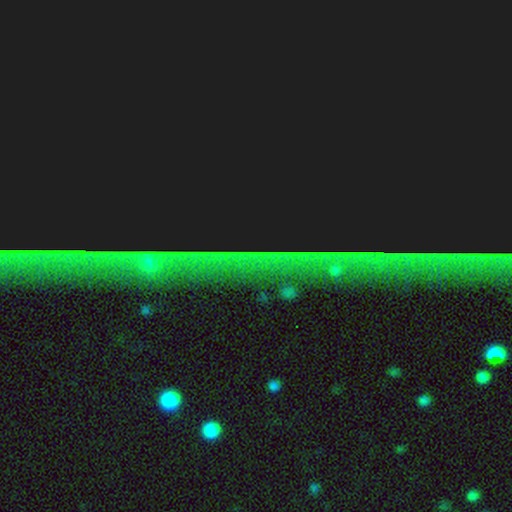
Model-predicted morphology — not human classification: This appears to be a star or artifact, not a galaxy (79%).